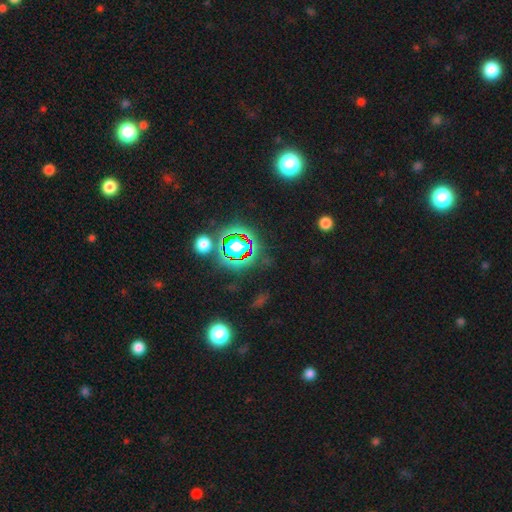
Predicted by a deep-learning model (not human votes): This is likely a star or artifact rather than a galaxy (76%).